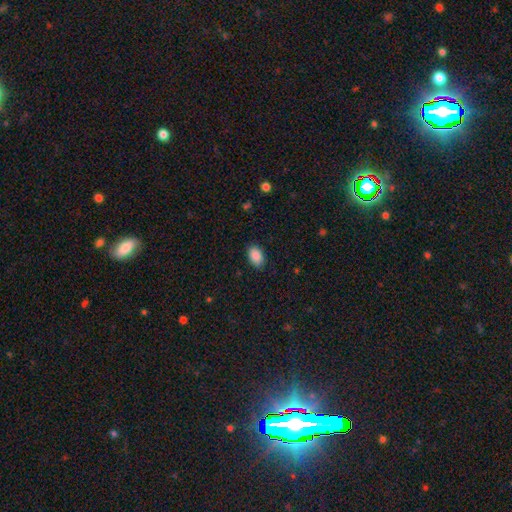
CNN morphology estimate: Smooth or featured: smooth — 89% (star or artifact — 7%)
How rounded: in between — 90% (round — 9%)
Merging: none — 87% (minor disturbance — 10%)